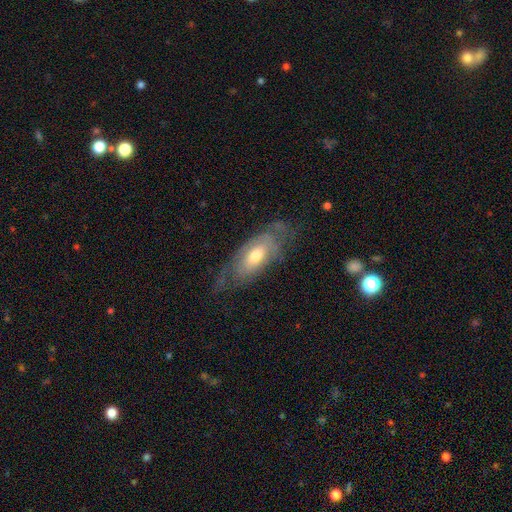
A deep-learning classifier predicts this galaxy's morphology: Smooth or featured? featured or disk (55%)
Edge-on disk? no (80%)
Merging? none (53%)